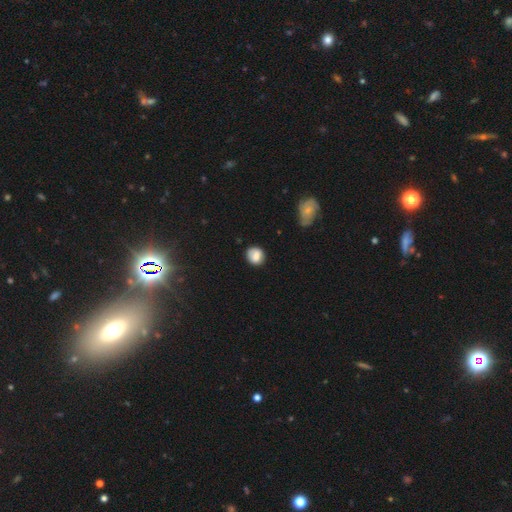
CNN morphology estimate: This is likely a smooth galaxy (76%). How rounded: likely round (68%). Merging: likely none (72%).